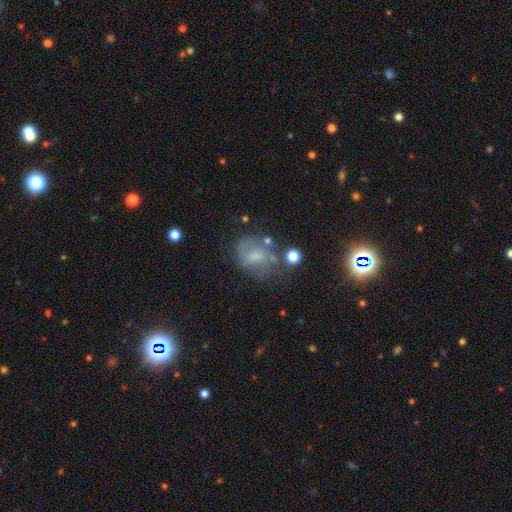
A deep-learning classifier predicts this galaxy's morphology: Overall: smooth (44%; featured or disk 37%). Merging: none (43%; minor disturbance 25%).